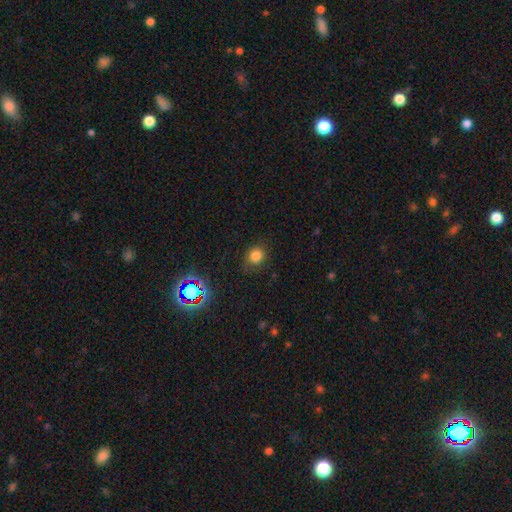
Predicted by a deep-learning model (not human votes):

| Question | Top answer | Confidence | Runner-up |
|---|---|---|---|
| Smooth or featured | smooth | 77% | star or artifact (17%) |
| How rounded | round | 75% | in between (24%) |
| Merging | none | 78% | minor disturbance (15%) |